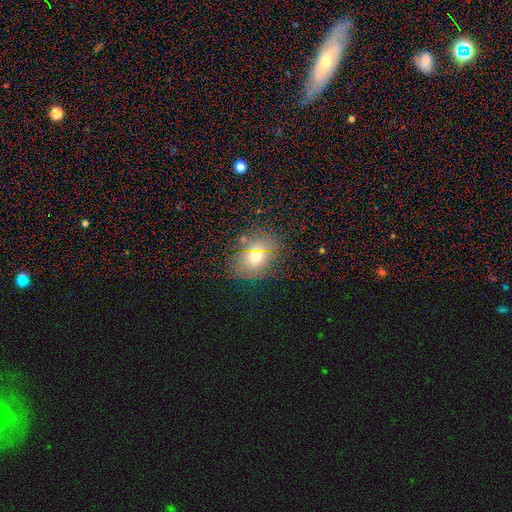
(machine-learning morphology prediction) This is likely a smooth galaxy (64%). How rounded: possibly round (50%). Merging: clearly none (83%).